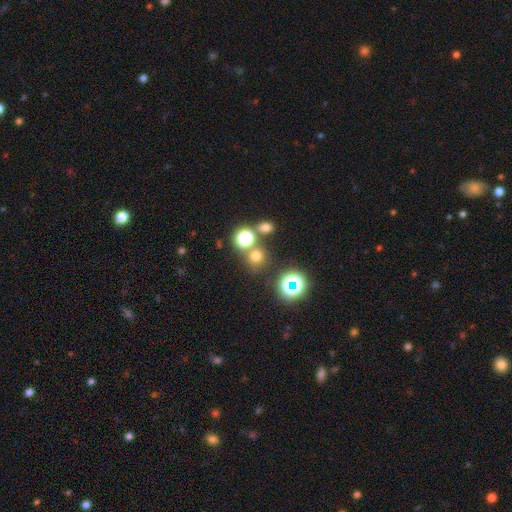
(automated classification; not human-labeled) A smooth galaxy with no disk features (63%) that is round (87%). Merging: none (71%).